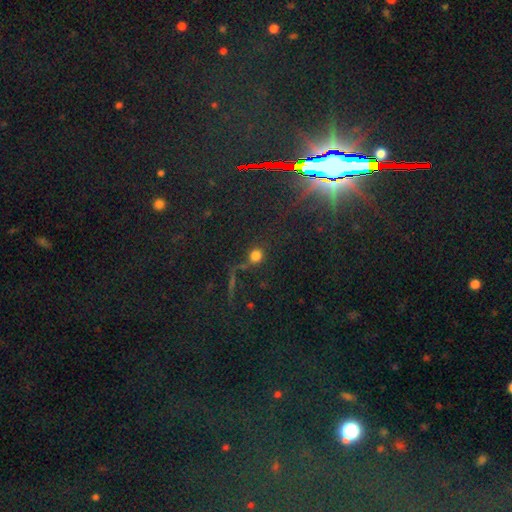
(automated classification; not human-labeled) Morphology: type=smooth (72%); roundness=round (88%); merging=none (70%).